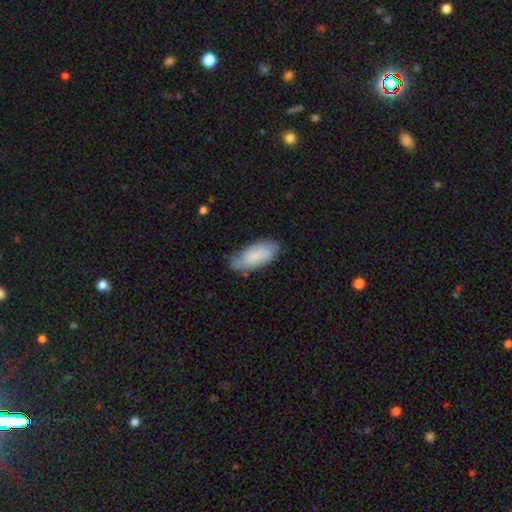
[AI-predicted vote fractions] Smooth or featured? Predicted: smooth (p=0.74). How rounded? Predicted: in between (p=0.86). Merging? Predicted: none (p=0.67).